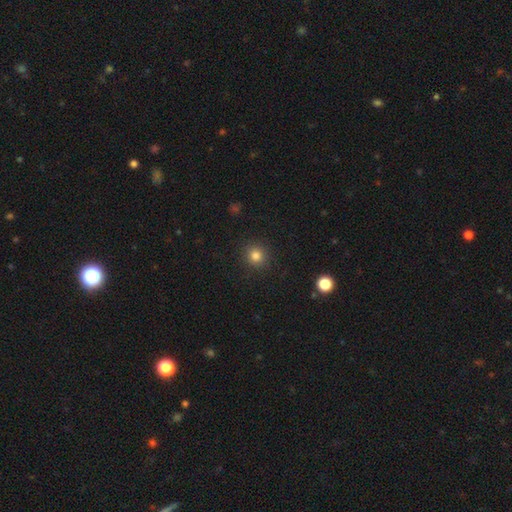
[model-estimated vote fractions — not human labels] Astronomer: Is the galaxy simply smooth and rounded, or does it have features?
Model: smooth — 82%.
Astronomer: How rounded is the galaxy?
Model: round — 92%.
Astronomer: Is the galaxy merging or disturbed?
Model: none — 91%.